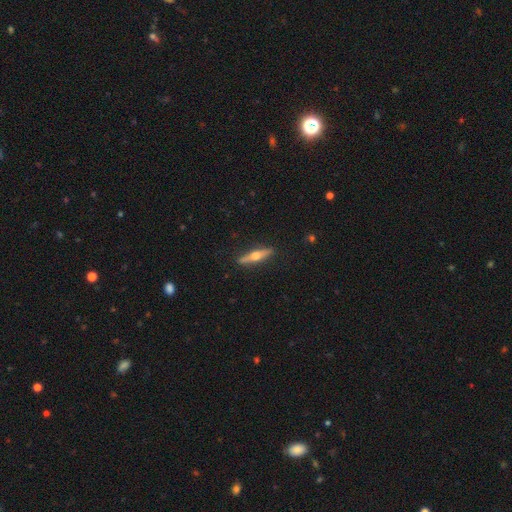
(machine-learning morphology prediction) type=featured or disk (66%); edge-on=yes (96%); edge-on bulge=rounded (93%); merging=none (89%).